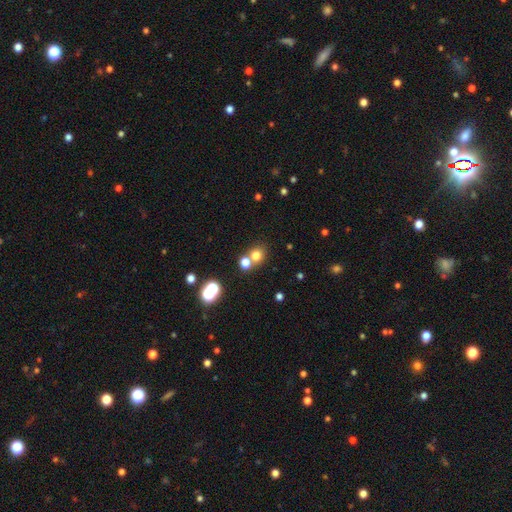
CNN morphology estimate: A smooth galaxy with no disk features (73%) that is round (81%). Merging: none (58%).